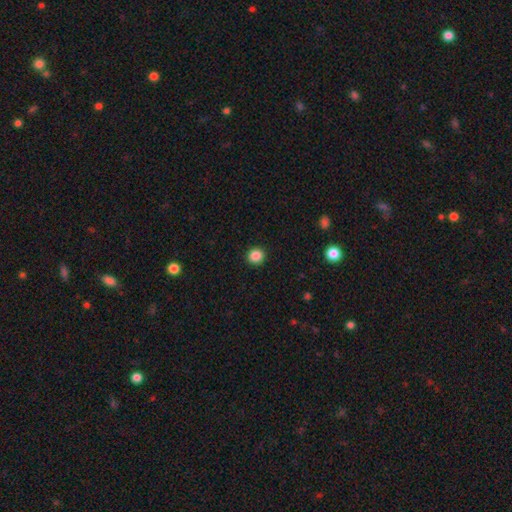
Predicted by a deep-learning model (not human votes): Smooth or featured? Predicted: smooth (p=0.86). How rounded? Predicted: round (p=0.91). Merging? Predicted: none (p=0.92).